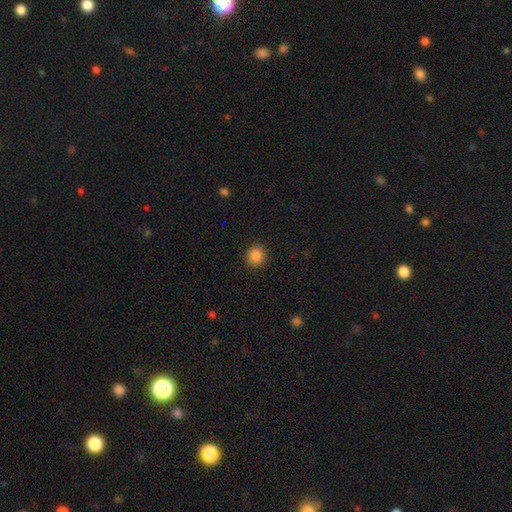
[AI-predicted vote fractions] Morphology: type=smooth (86%); roundness=round (90%); merging=none (91%).